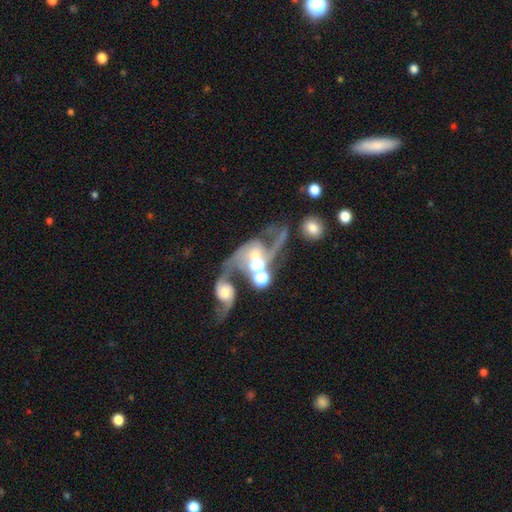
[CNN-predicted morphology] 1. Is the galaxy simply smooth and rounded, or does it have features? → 81% featured or disk, 10% star or artifact, 9% smooth.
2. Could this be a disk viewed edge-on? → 95% no, 5% yes.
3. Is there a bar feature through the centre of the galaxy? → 46% no, 35% weak, 19% strong.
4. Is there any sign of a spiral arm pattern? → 93% yes, 7% no.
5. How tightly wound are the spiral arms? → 67% loose, 27% medium, 6% tight.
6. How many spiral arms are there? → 88% 2, 4% 1, 3% can't tell, 2% 3, 1% 4, 1% more than 4.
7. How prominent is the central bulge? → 49% moderate, 27% small, 13% large, 8% none, 3% dominant.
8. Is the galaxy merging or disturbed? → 44% merger, 26% none, 18% major disturbance, 12% minor disturbance.